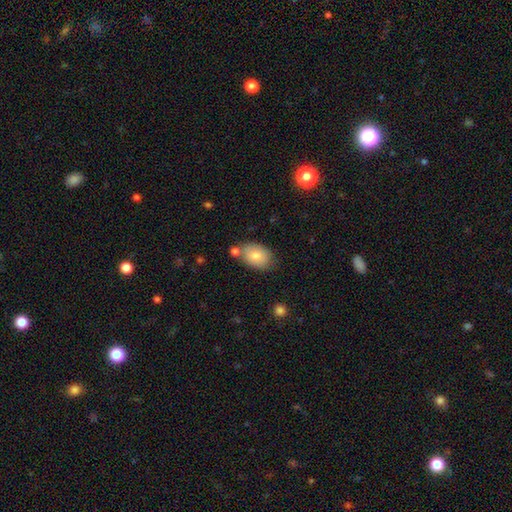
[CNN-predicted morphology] A smooth galaxy with no disk features (77%) that is in between round and cigar-shaped (80%). Merging: none (66%).